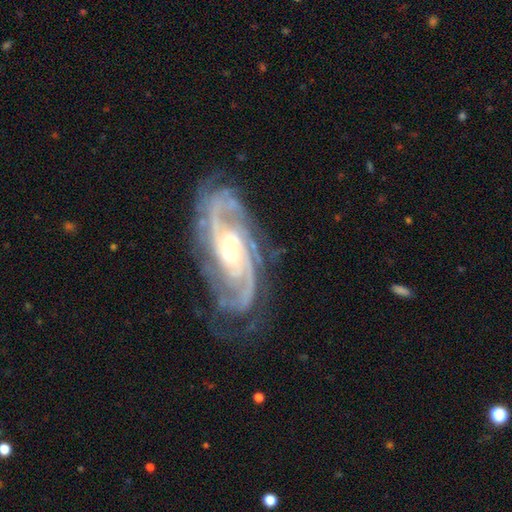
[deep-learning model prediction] The model was most divided on "bulge size": moderate: 50%, small: 42%, large: 6%, none: 2%, dominant: 1%. Remaining: spiral arms — yes (98%); edge-on disk — no (95%); smooth or featured — featured or disk (92%); merging — none (76%); bar — no (58%); spiral winding — tight (53%); spiral arm count — 2 (49%).